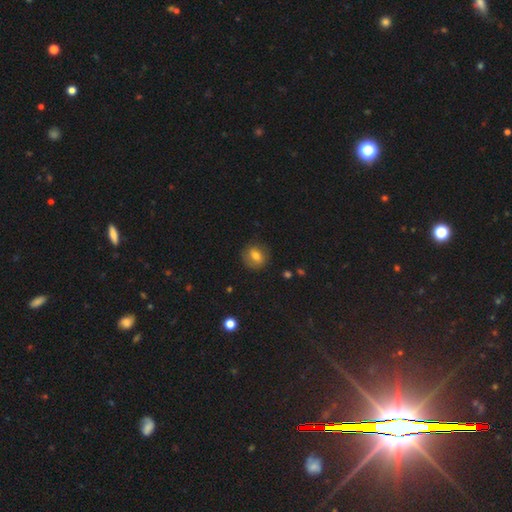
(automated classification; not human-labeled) Smooth or featured? Predicted: smooth (p=0.66). How rounded? Predicted: round (p=0.71). Merging? Predicted: none (p=0.80).